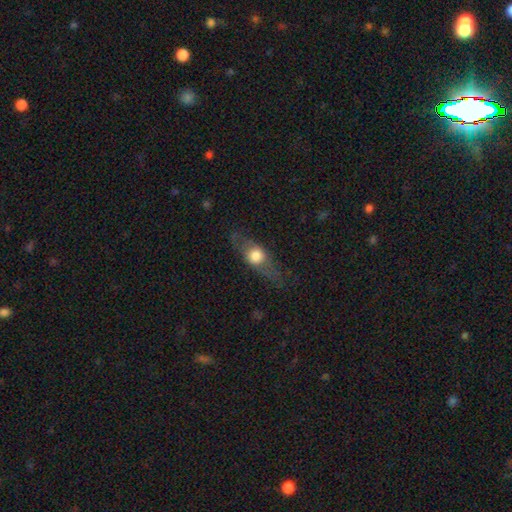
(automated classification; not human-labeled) This is possibly a smooth galaxy (48%). Merging: likely none (71%).